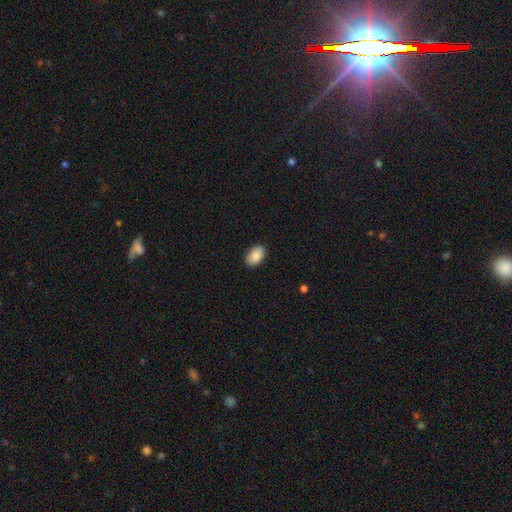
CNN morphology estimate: A smooth galaxy with no disk features (88%) that is in between round and cigar-shaped (92%).

Vote fractions:
- Smooth or featured? smooth: 88% / star or artifact: 6% / featured or disk: 5%
- How rounded? in between: 92% / round: 7% / cigar-shaped: 1%
- Merging? none: 89% / minor disturbance: 9% / major disturbance: 2% / merger: 1%